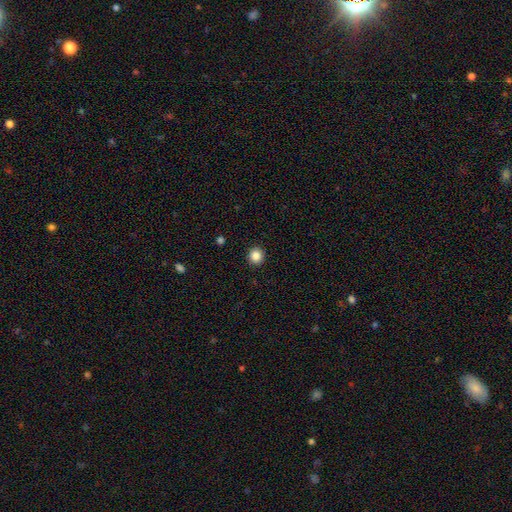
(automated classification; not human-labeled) A smooth galaxy with no disk features (85%) that is round (91%). Merging: none (93%).